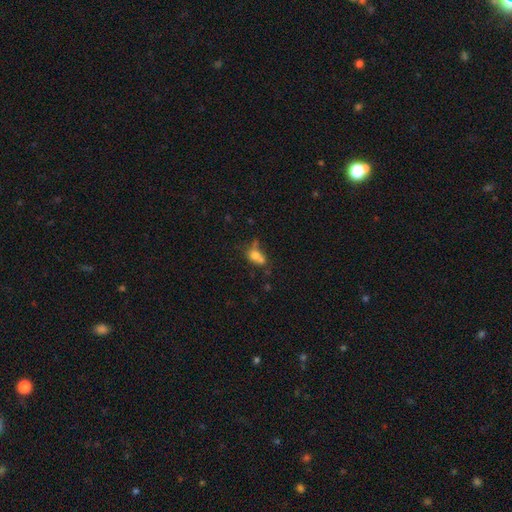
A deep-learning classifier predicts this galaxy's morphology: Smooth or featured?
  - smooth: 67% *
  - featured or disk: 20%
  - star or artifact: 13%
How rounded?
  - round: 51% *
  - in between: 46%
  - cigar-shaped: 3%
Merging?
  - merger: 47% *
  - none: 30%
  - minor disturbance: 14%
  - major disturbance: 9%